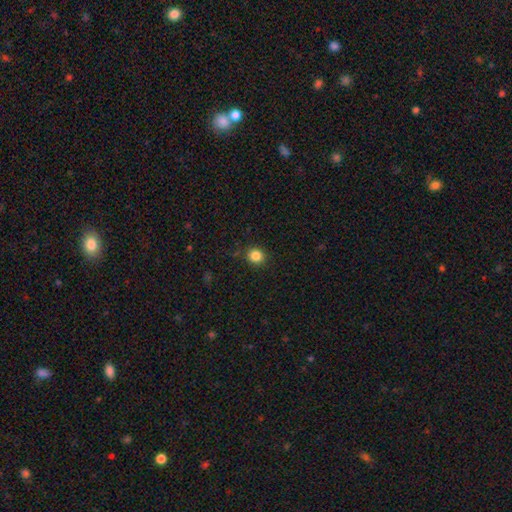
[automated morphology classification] smooth 84%, star or artifact 11%, featured or disk 4%. Down the decision tree: how rounded — round (87%); merging — none (89%).